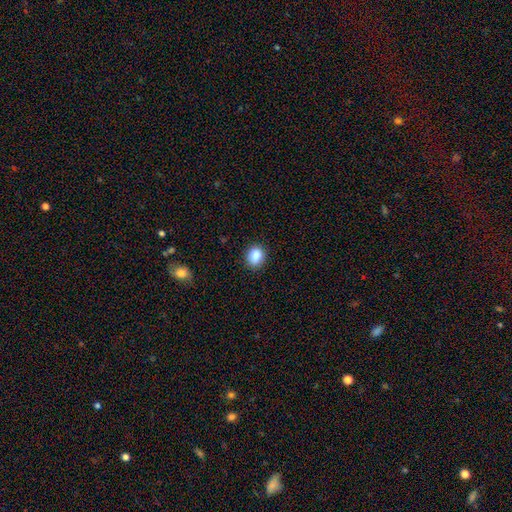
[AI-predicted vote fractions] Smooth or featured? Predicted: smooth (p=0.87). How rounded? Predicted: round (p=0.62). Merging? Predicted: none (p=0.88).